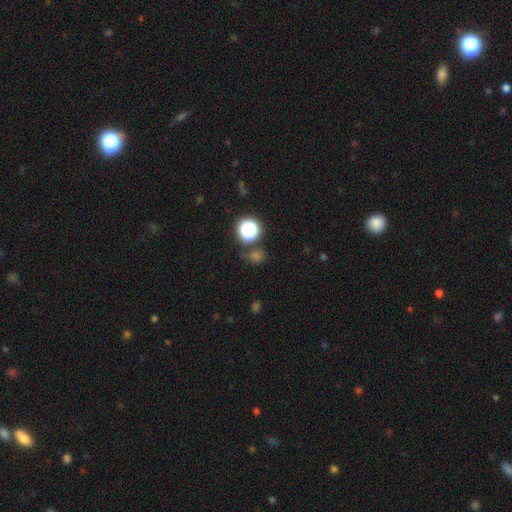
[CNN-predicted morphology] A star or artifact, not a galaxy (47%).